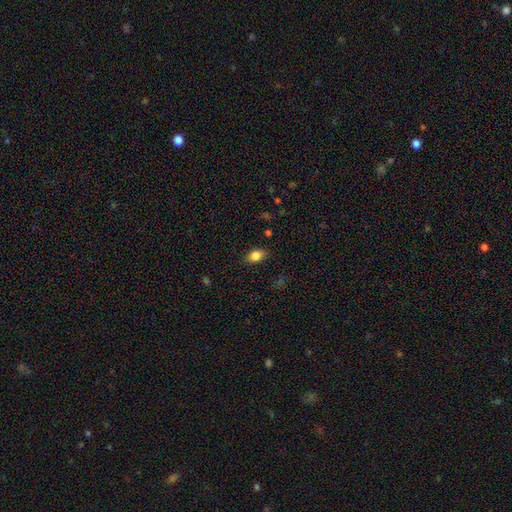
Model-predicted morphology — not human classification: Overall: smooth (83%). How rounded: in between (82%). Merging: none (83%).